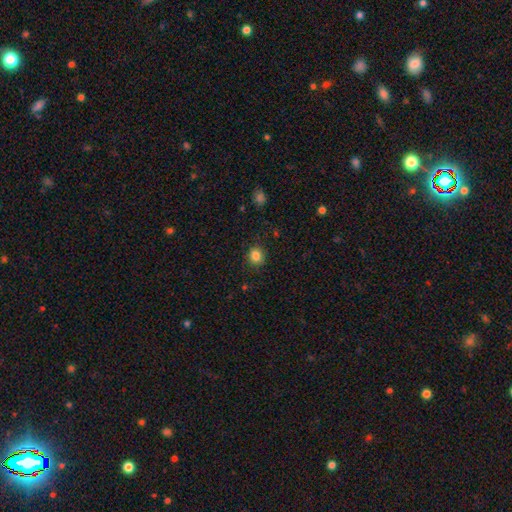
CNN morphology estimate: smooth 85%, star or artifact 11%, featured or disk 4%. Down the decision tree: how rounded — round (78%); merging — none (88%).